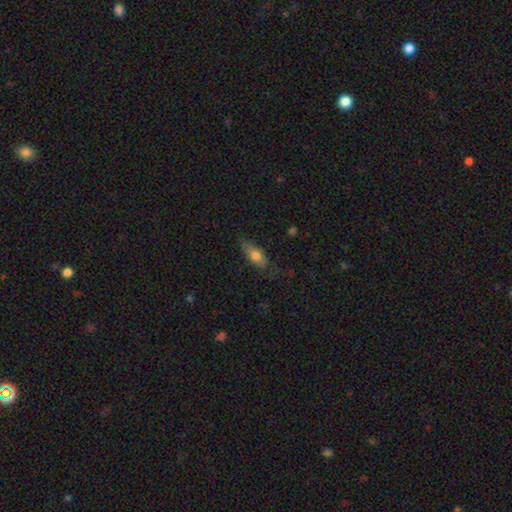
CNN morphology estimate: Overall: smooth (71%). How rounded: in between (74%). Merging: none (68%).